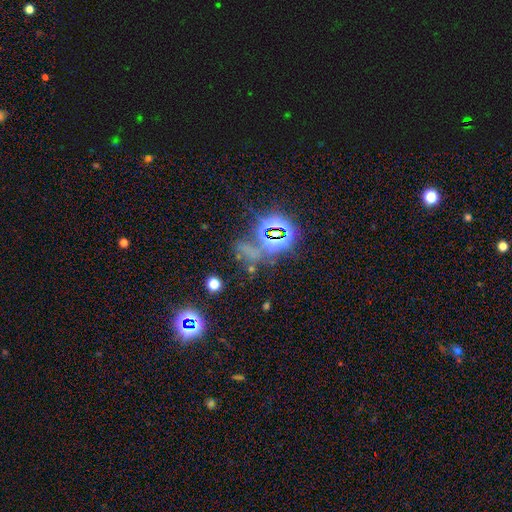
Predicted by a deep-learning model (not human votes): Smooth or featured: star or artifact — 68% (smooth — 21%)